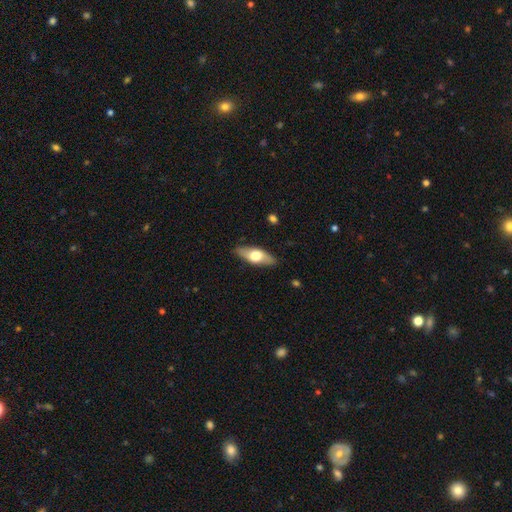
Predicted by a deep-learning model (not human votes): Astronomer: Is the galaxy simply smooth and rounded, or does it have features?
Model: smooth — 51% (runner-up: featured or disk, 43%).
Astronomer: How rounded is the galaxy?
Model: in between — 68%.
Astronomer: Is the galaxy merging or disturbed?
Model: none — 86%.